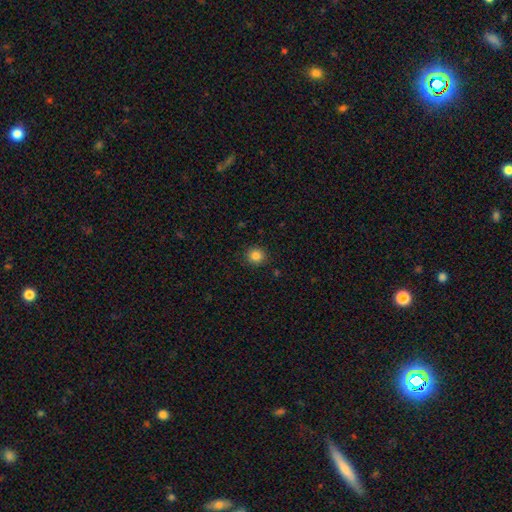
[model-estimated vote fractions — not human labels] smooth-or-featured: smooth: 84% | star or artifact: 12% | featured or disk: 5%
  how-rounded: round: 89% | in between: 10% | cigar-shaped: 1%
  merging: none: 90% | minor disturbance: 7% | major disturbance: 2% | merger: 1%